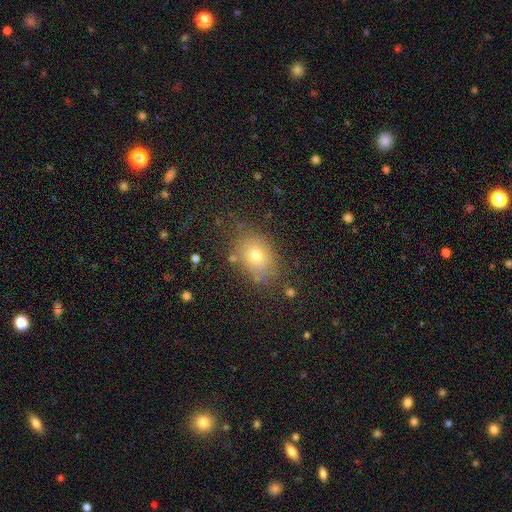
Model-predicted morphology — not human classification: Smooth or featured: smooth — 74% (star or artifact — 14%)
How rounded: in between — 63% (round — 35%)
Merging: none — 78% (minor disturbance — 14%)